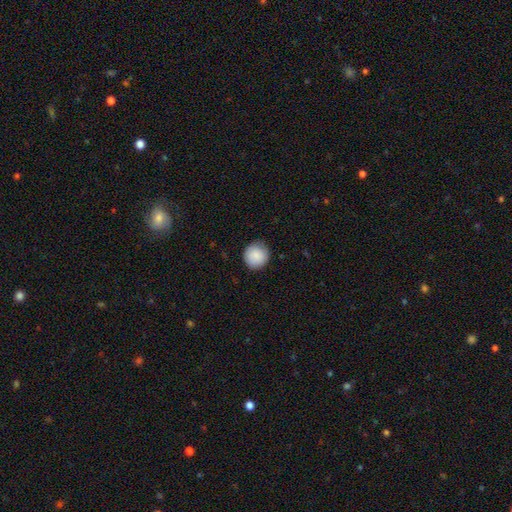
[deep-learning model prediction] Overall: smooth (89%). How rounded: round (93%). Merging: none (86%).